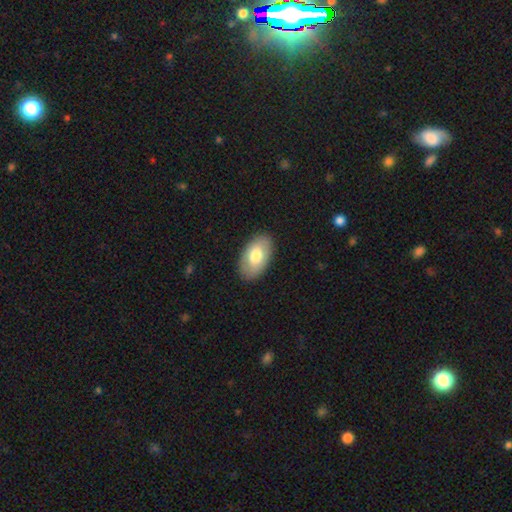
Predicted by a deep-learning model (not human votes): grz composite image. It shows a smooth galaxy with no disk features (74%) that is in between round and cigar-shaped (94%). Merging: none (88%).